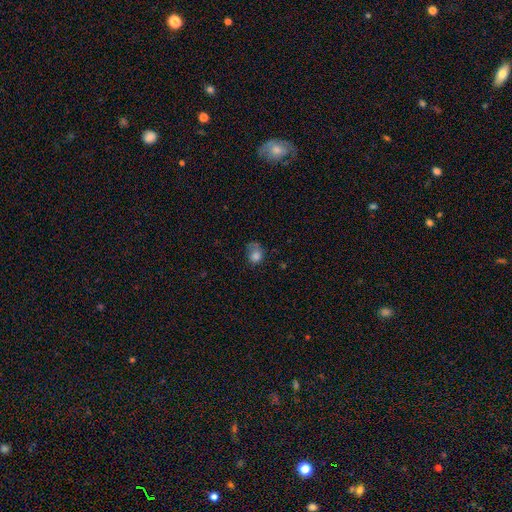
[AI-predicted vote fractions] This is likely a smooth galaxy (76%). How rounded: possibly round (57%). Merging: marginally none (35%).